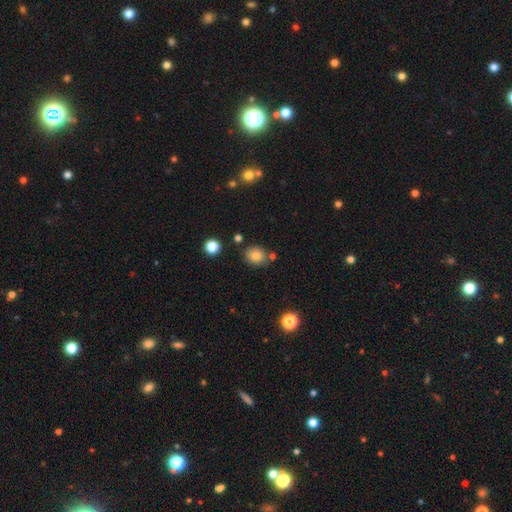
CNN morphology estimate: A smooth galaxy with no disk features (79%) that is round (74%). Merging: none (79%).